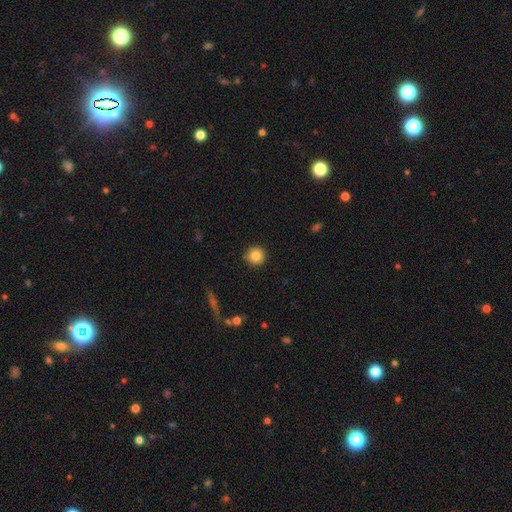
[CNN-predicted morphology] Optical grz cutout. It shows a smooth galaxy with no disk features (86%) that is round (94%). Merging: none (89%).